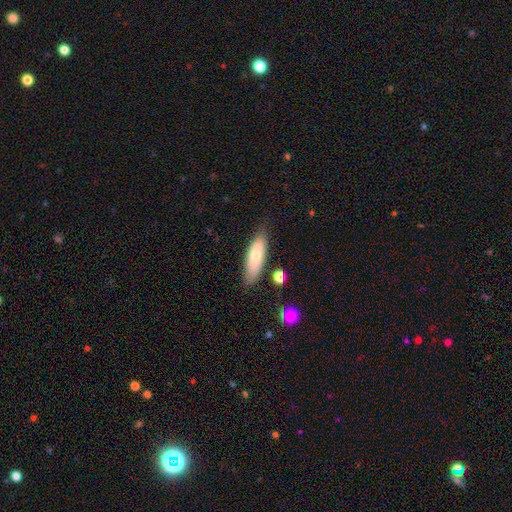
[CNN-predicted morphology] This appears to be a smooth galaxy with no disk features (74%) that is in between round and cigar-shaped (54%). Merging: none (78%).